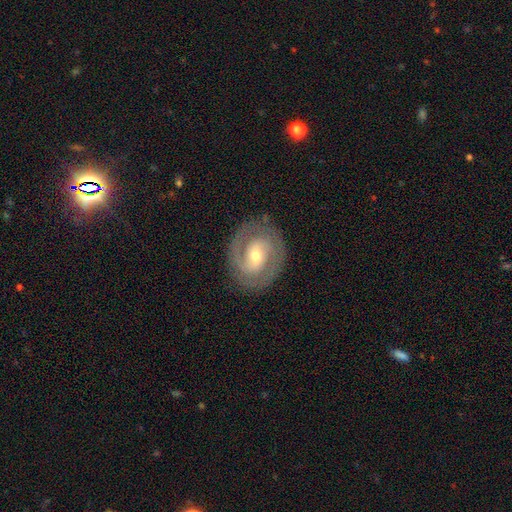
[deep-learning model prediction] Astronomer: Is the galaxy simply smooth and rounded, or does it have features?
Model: featured or disk — 84%.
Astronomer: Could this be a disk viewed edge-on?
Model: no — 97%.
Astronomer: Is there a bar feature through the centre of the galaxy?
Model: weak — 45% (runner-up: no, 33%).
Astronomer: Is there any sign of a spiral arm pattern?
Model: yes — 93%.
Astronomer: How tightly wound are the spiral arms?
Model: tight — 51% (runner-up: medium, 41%).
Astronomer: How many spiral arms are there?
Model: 2 — 84%.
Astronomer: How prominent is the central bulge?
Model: moderate — 55% (runner-up: small, 40%).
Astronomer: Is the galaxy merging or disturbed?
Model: none — 84%.